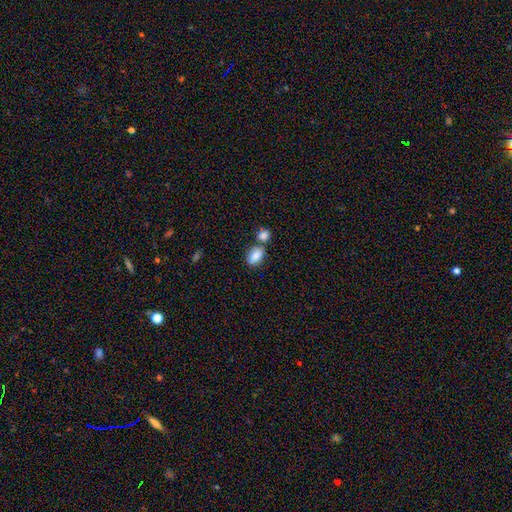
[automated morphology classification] smooth 85%, featured or disk 8%, star or artifact 7%. Down the decision tree: how rounded — in between (88%); merging — none (51%).